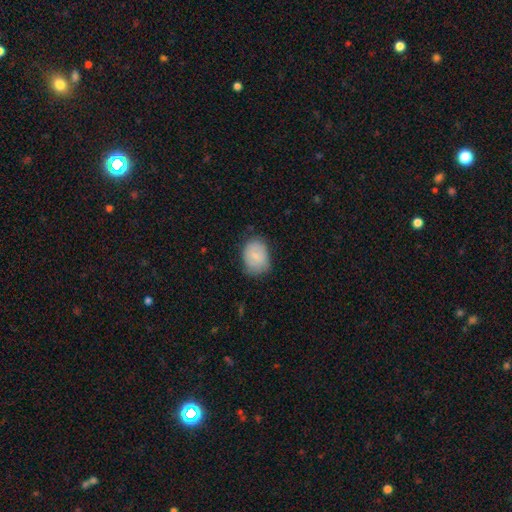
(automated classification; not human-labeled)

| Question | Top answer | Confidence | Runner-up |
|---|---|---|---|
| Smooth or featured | smooth | 76% | featured or disk (17%) |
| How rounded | in between | 64% | round (35%) |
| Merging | none | 66% | minor disturbance (27%) |